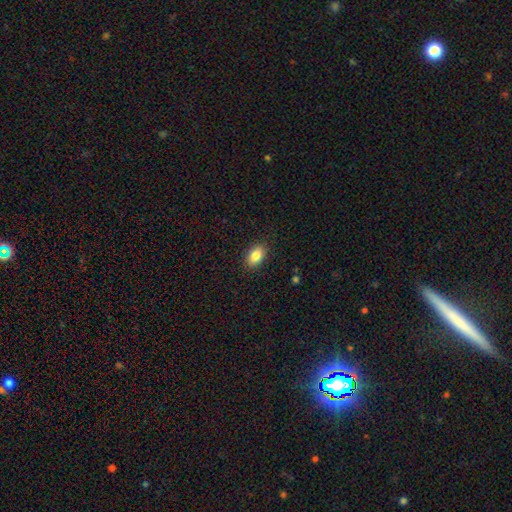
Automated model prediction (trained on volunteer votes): This appears to be a smooth galaxy with no disk features (84%) that is in between round and cigar-shaped (87%). Merging: none (89%).